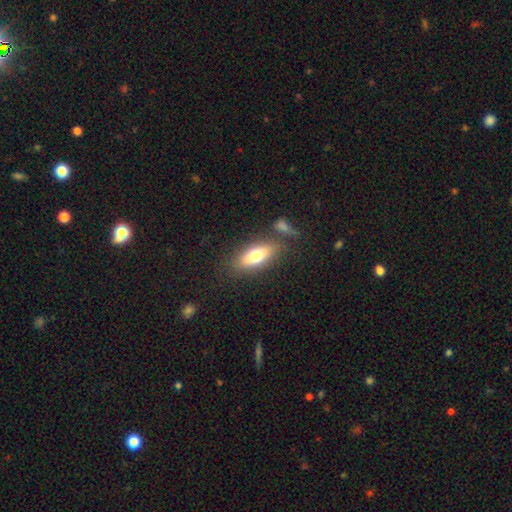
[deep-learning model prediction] smooth_or_featured: smooth (p=0.70) [alt: featured or disk p=0.23]
how_rounded: in between (p=0.73) [alt: cigar-shaped p=0.24]
merging: none (p=0.74) [alt: minor disturbance p=0.13]